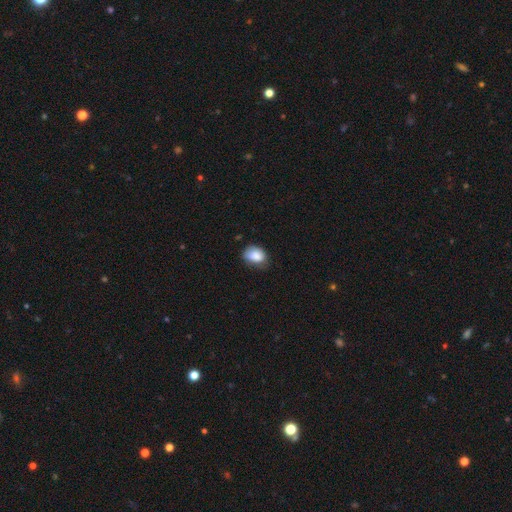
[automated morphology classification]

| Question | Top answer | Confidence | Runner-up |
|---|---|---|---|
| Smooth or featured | smooth | 85% | star or artifact (8%) |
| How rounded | in between | 74% | round (24%) |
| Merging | none | 57% | minor disturbance (34%) |